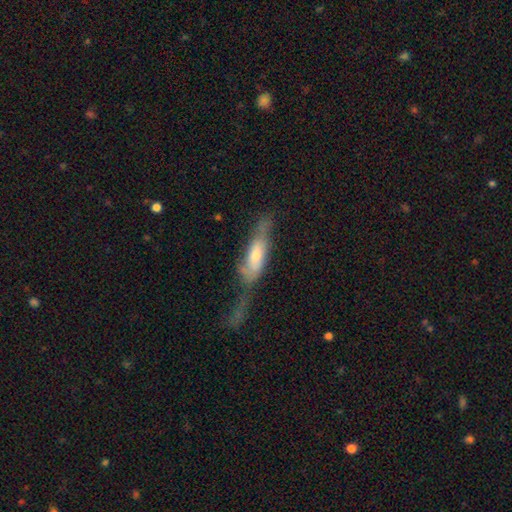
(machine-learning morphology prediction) Smooth or featured? Predicted: smooth (p=0.49). Merging? Predicted: major disturbance (p=0.41).